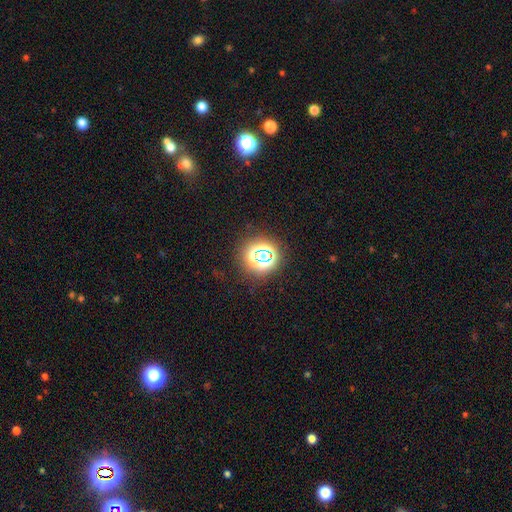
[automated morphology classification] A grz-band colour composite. It shows a star or artifact, not a galaxy (62%).